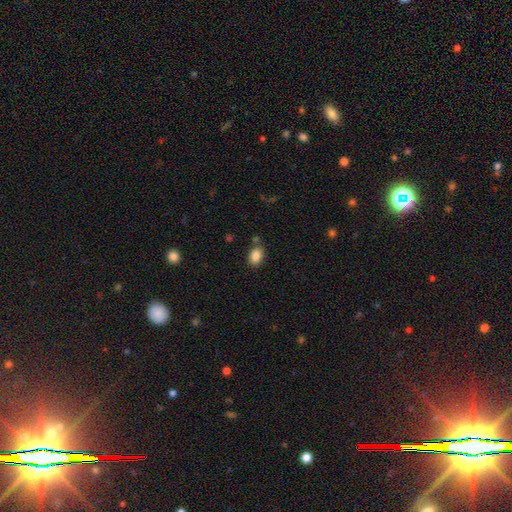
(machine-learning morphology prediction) smooth-or-featured: smooth: 86% | star or artifact: 9% | featured or disk: 5%
  how-rounded: in between: 79% | round: 20% | cigar-shaped: 1%
  merging: none: 78% | minor disturbance: 12% | merger: 7% | major disturbance: 3%